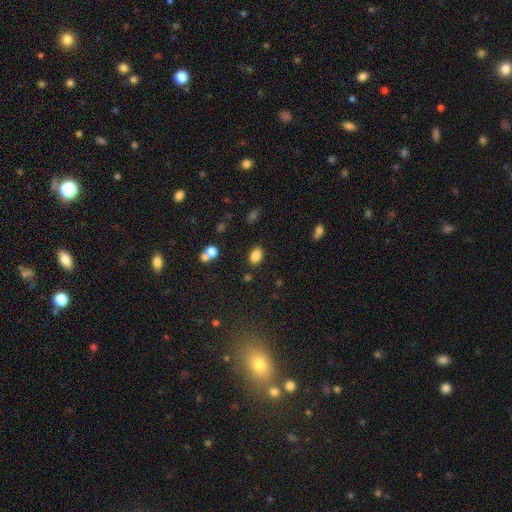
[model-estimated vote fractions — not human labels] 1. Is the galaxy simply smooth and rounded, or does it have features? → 84% smooth, 10% star or artifact, 5% featured or disk.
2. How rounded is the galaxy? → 79% in between, 20% round, 1% cigar-shaped.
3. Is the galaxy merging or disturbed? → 82% none, 10% minor disturbance, 4% merger, 3% major disturbance.